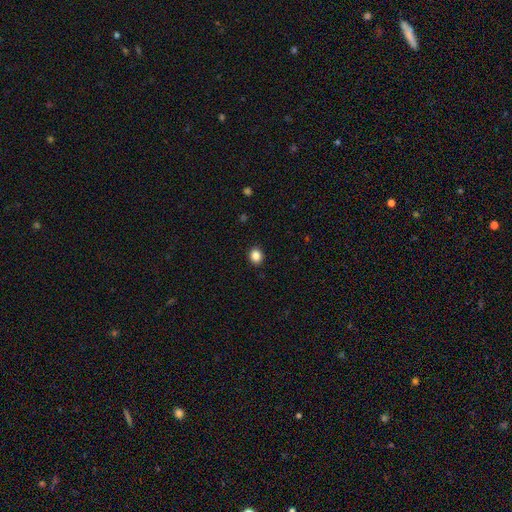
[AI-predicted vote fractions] Smooth or featured? smooth (86%)
How rounded? round (70%)
Merging? none (92%)